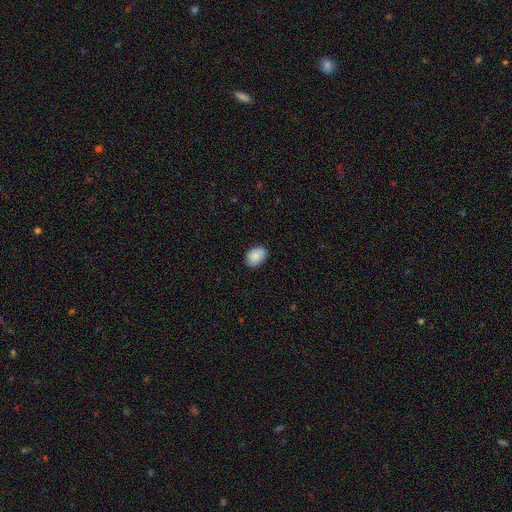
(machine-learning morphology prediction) type=smooth (88%); roundness=in between (77%); merging=none (86%).